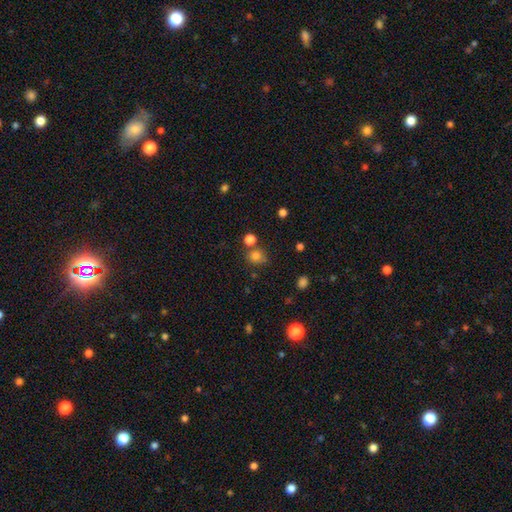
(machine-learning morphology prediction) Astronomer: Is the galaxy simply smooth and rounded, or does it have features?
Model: smooth — 79%.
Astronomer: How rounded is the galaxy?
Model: round — 76%.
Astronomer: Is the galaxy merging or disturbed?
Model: none — 67%.